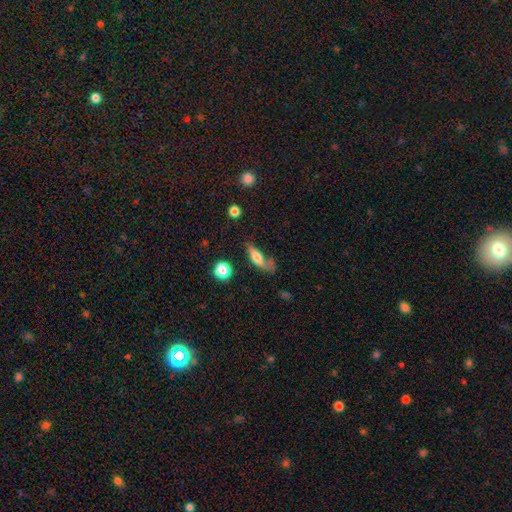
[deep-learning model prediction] This appears to be a smooth galaxy with no disk features (64%) that is in between round and cigar-shaped (48%). Merging: none (44%).